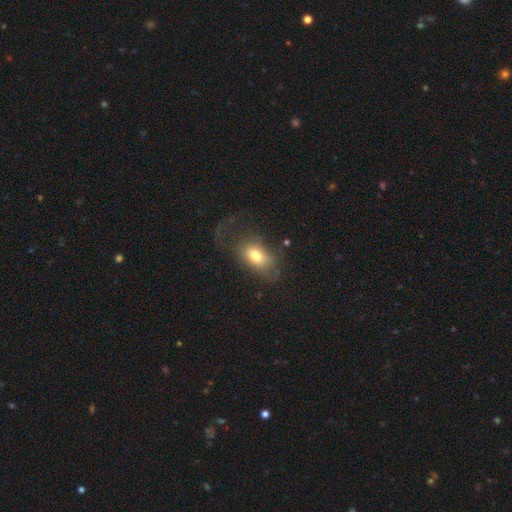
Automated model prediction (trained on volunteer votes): This is likely a smooth galaxy (69%). How rounded: clearly in between (83%). Merging: marginally major disturbance (42%).